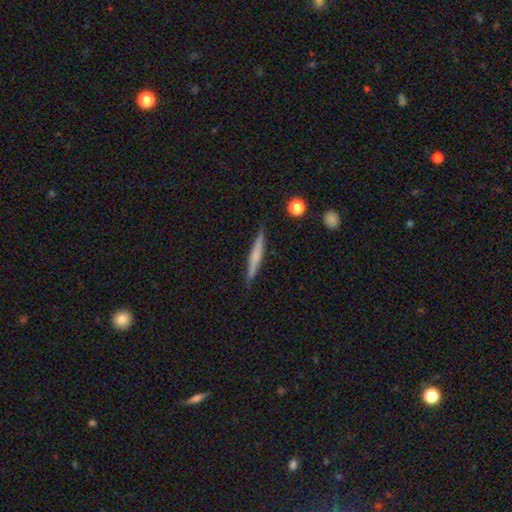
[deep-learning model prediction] Smooth or featured? Predicted: featured or disk (p=0.47, tied with smooth). Merging? Predicted: none (p=0.89).